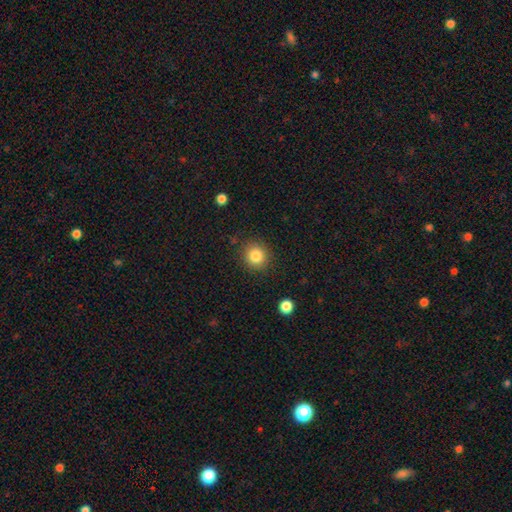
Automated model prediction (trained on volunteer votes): Morphology: type=smooth (84%); roundness=round (88%); merging=none (88%).